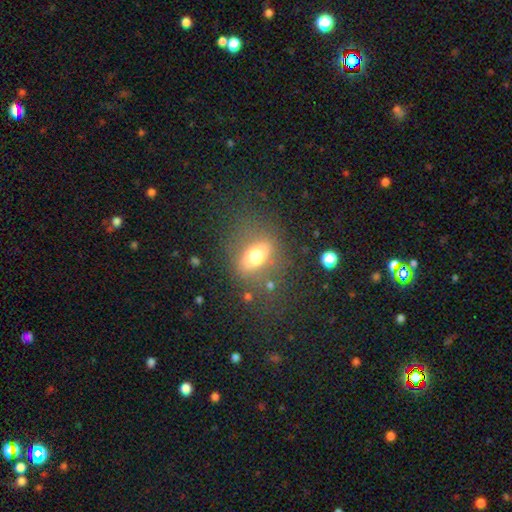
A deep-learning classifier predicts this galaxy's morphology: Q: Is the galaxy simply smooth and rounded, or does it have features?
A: smooth — 65%.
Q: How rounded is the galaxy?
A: in between — 69%.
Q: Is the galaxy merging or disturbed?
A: none — 69%.